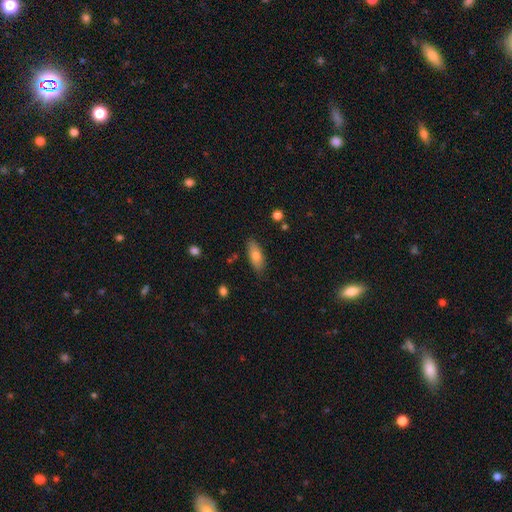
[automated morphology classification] Smooth or featured: smooth — 79% (featured or disk — 14%)
How rounded: in between — 76% (cigar-shaped — 21%)
Merging: none — 82% (minor disturbance — 13%)